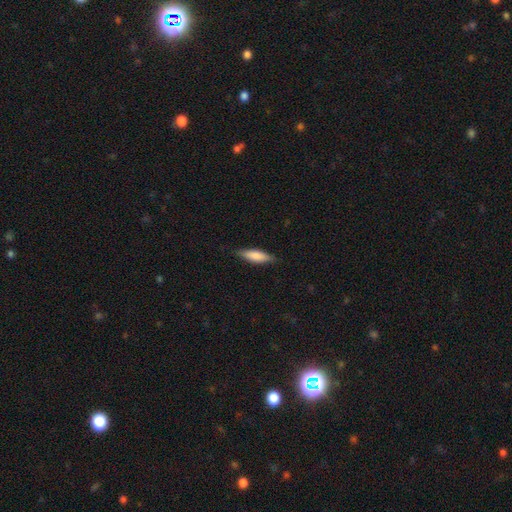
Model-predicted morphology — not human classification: Overall: smooth (77%). How rounded: cigar-shaped (56%; in between 42%). Merging: none (84%).